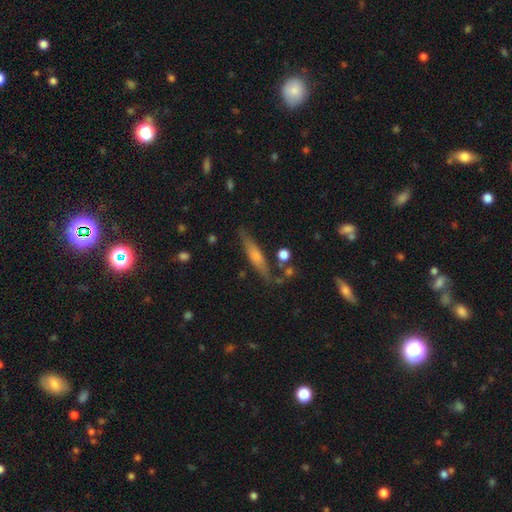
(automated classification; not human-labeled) Smooth or featured?
  - featured or disk: 49% *
  - smooth: 42%
  - star or artifact: 9%
Merging?
  - none: 77% *
  - minor disturbance: 14%
  - major disturbance: 4%
  - merger: 4%